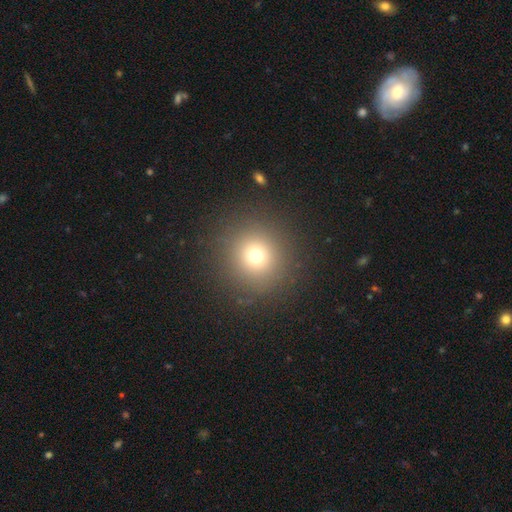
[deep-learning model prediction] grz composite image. It shows a smooth galaxy with no disk features (71%) that is round (95%). Merging: none (89%).